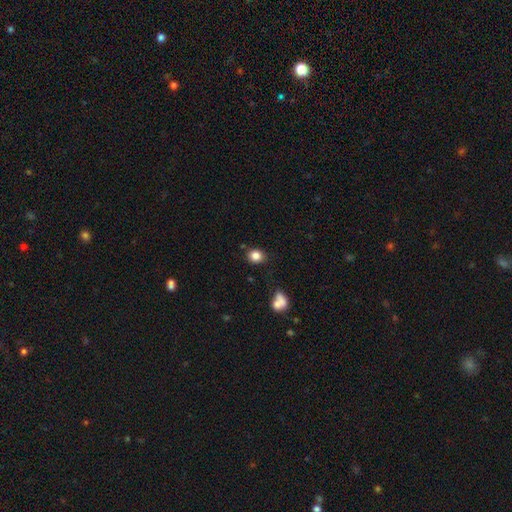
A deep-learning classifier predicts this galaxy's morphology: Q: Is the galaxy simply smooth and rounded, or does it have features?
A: smooth — 84%.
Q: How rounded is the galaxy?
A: round — 75%.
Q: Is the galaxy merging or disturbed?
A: none — 83%.